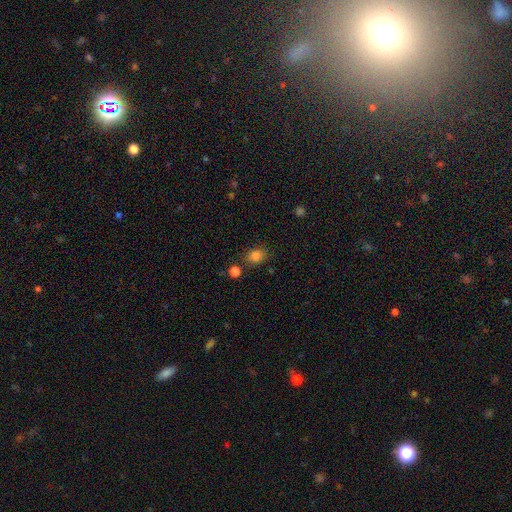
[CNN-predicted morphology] Q: Smooth or featured?
A: smooth (83%); runner-up: star or artifact (12%)
Q: How rounded?
A: round (50%); runner-up: in between (49%)
Q: Merging?
A: none (80%); runner-up: minor disturbance (12%)